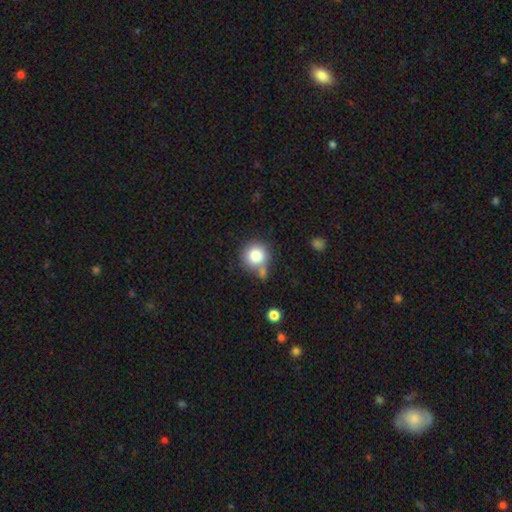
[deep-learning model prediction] Smooth or featured? smooth (82%)
How rounded? round (92%)
Merging? none (63%)